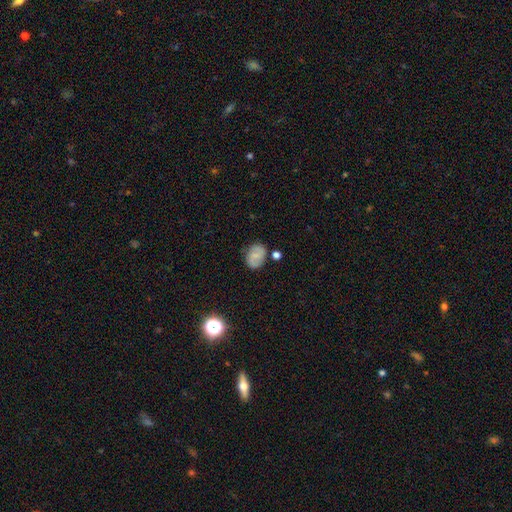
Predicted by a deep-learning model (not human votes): A smooth galaxy with no disk features (53%) that is in between round and cigar-shaped (55%). Merging: none (74%).